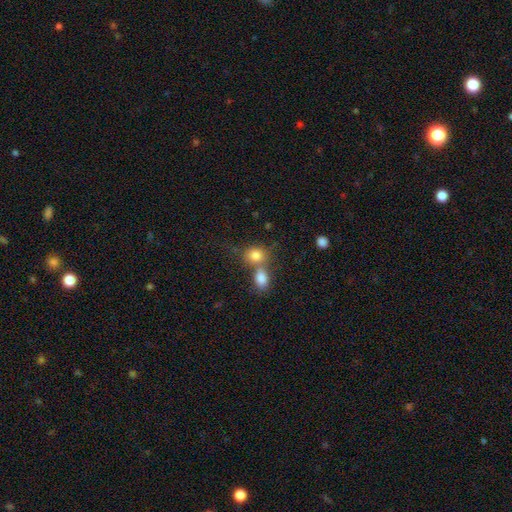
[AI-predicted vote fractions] smooth 82%, star or artifact 10%, featured or disk 8%. Down the decision tree: how rounded — round (58%); merging — merger (51%).